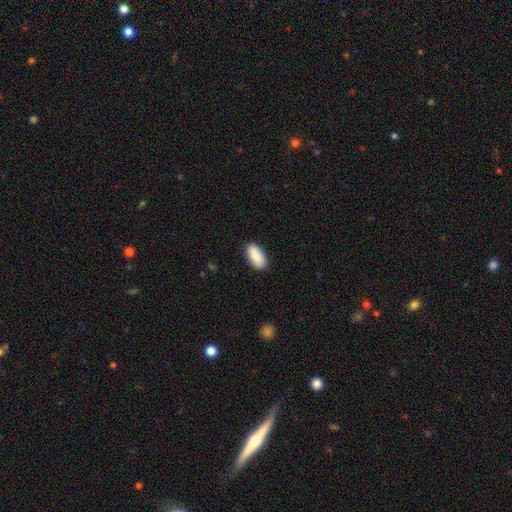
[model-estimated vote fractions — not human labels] A smooth galaxy with no disk features (89%) that is in between round and cigar-shaped (91%).

Vote fractions:
- Smooth or featured? smooth: 89% / star or artifact: 6% / featured or disk: 5%
- How rounded? in between: 91% / cigar-shaped: 7% / round: 2%
- Merging? none: 87% / minor disturbance: 10% / major disturbance: 2% / merger: 1%